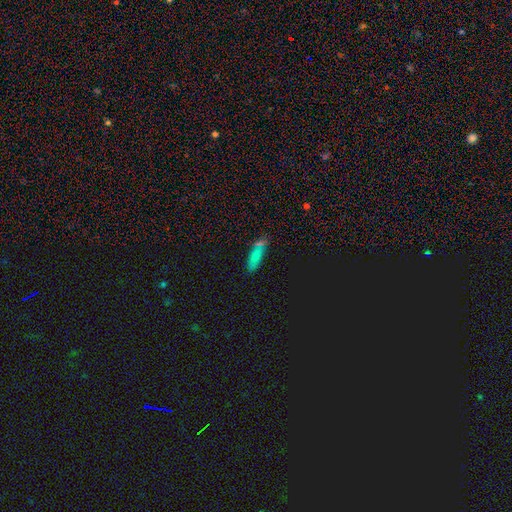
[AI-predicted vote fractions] Smooth or featured? smooth (62%)
How rounded? cigar-shaped (53%)
Merging? none (65%)